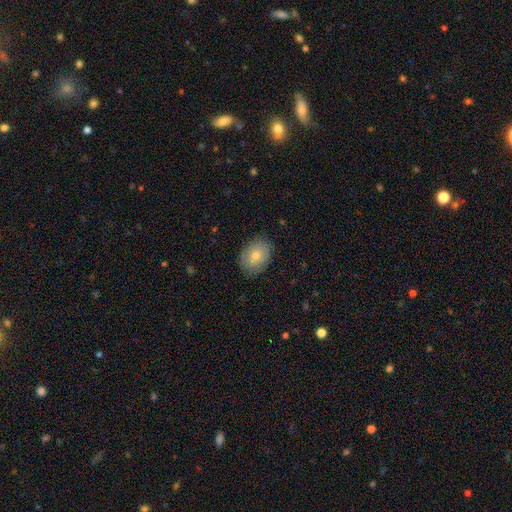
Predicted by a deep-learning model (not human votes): Overall: smooth (66%). How rounded: in between (69%; round 30%). Merging: none (84%).